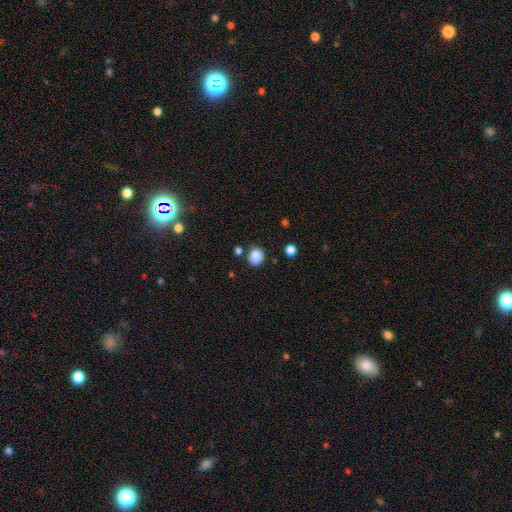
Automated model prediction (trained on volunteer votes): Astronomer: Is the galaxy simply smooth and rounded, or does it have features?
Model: smooth — 86%.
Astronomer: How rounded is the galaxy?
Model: round — 82%.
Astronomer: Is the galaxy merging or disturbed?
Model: none — 78%.